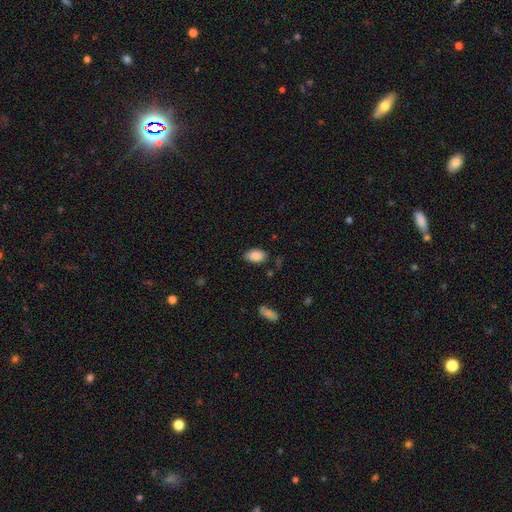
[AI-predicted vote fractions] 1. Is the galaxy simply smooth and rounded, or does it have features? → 88% smooth, 7% star or artifact, 4% featured or disk.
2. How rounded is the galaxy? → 92% in between, 7% round, 2% cigar-shaped.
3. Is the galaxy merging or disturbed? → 80% none, 15% minor disturbance, 3% major disturbance, 2% merger.